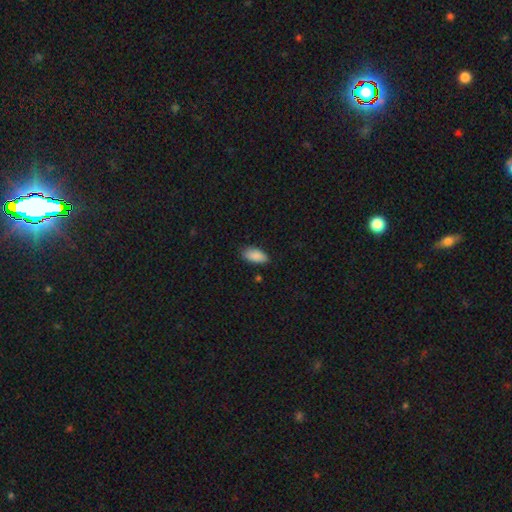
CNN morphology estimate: smooth 89%, star or artifact 7%, featured or disk 4%. Down the decision tree: how rounded — in between (92%); merging — none (82%).